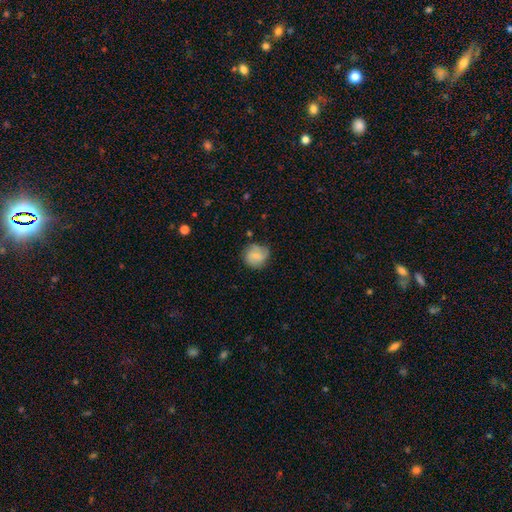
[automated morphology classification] This is likely a smooth galaxy (68%). How rounded: clearly round (86%). Merging: likely none (73%).